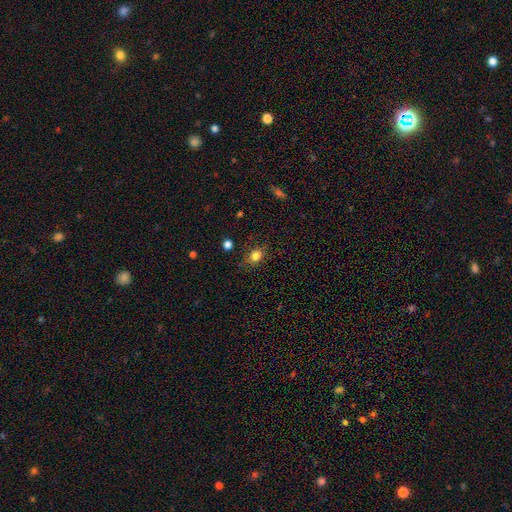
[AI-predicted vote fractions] Smooth or featured?
  - smooth: 81% *
  - star or artifact: 12%
  - featured or disk: 7%
How rounded?
  - in between: 50% *
  - round: 48%
  - cigar-shaped: 2%
Merging?
  - none: 78% *
  - minor disturbance: 16%
  - major disturbance: 4%
  - merger: 1%